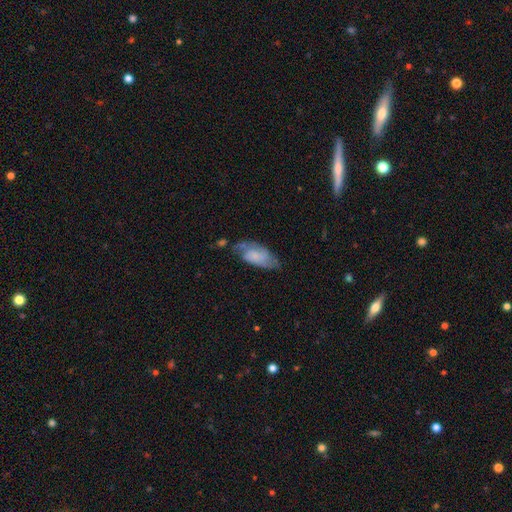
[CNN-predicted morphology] Smooth or featured: smooth — 47% (featured or disk — 46%)
Merging: none — 47% (minor disturbance — 31%)